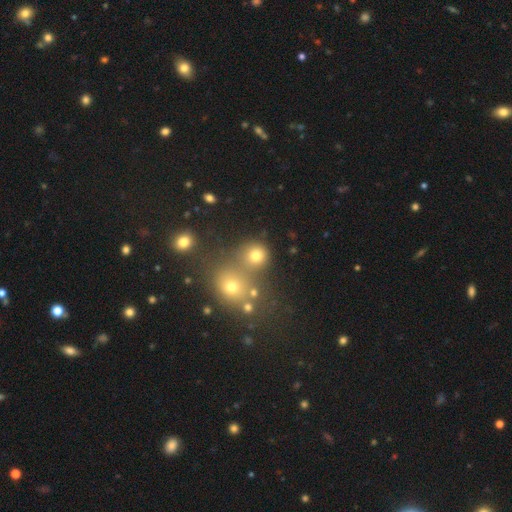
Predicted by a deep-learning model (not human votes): Smooth or featured?
  - smooth: 73% *
  - star or artifact: 18%
  - featured or disk: 9%
How rounded?
  - round: 85% *
  - in between: 14%
  - cigar-shaped: 1%
Merging?
  - none: 58% *
  - merger: 29%
  - minor disturbance: 9%
  - major disturbance: 5%